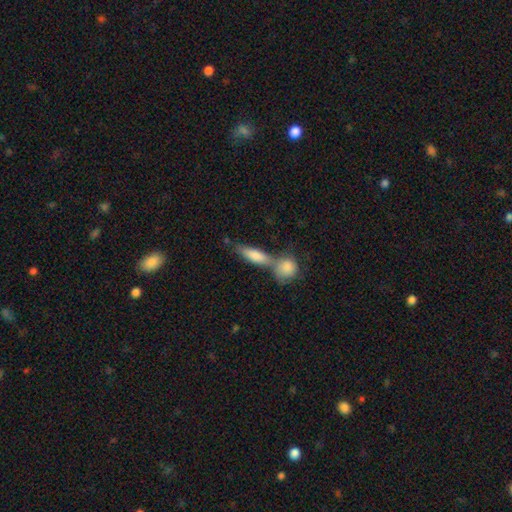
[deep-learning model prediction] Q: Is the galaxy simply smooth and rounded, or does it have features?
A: smooth — 70%.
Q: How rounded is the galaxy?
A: cigar-shaped — 53%.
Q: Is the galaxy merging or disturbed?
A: none — 44%.